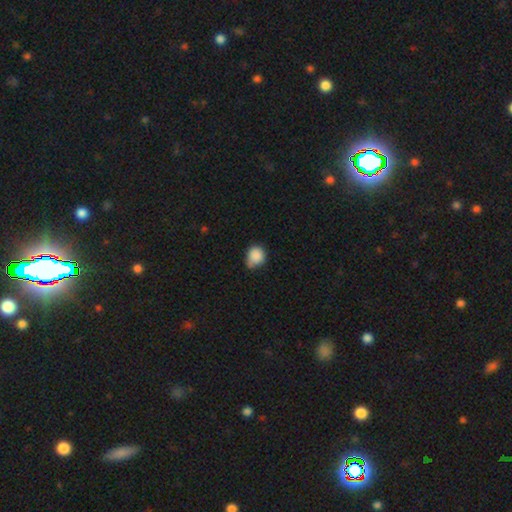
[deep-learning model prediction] smooth 86%, star or artifact 9%, featured or disk 5%. Down the decision tree: how rounded — round (78%); merging — none (48%).